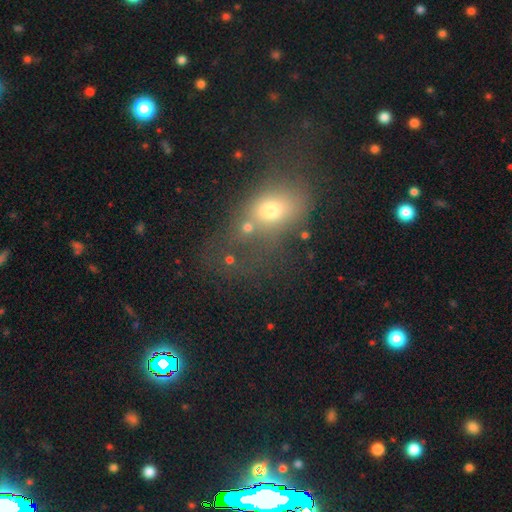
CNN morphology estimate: The model was most divided on "smooth or featured": smooth: 54%, star or artifact: 30%, featured or disk: 16%. Remaining: how rounded — in between (60%); merging — none (46%).